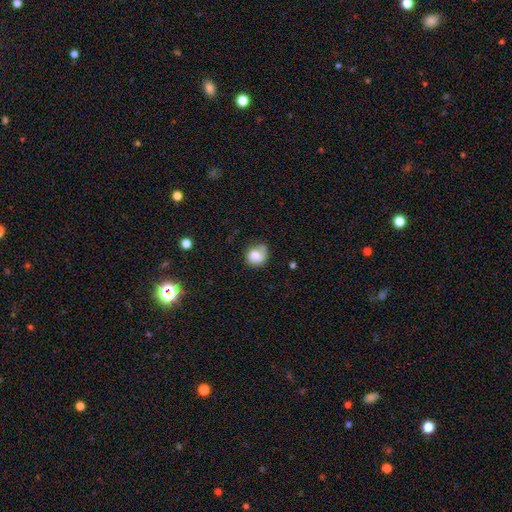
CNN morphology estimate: type=smooth (74%); roundness=round (74%); merging=none (55%).